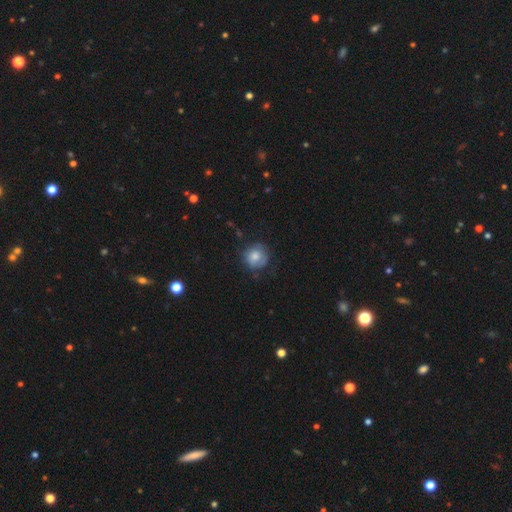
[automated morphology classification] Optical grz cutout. It shows a smooth galaxy with no disk features (69%) that is round (88%). Merging: none (69%).